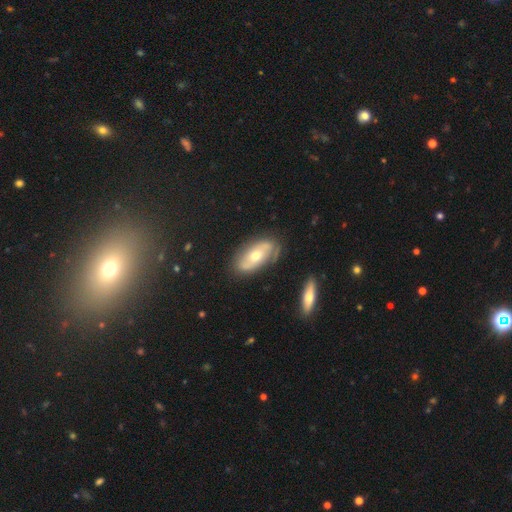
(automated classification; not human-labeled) Smooth or featured: featured or disk — 61% (smooth — 33%)
Edge-on disk: no — 88% (yes — 12%)
Bar: no — 66% (weak — 24%)
Spiral arms: yes — 70% (no — 30%)
Bulge size: moderate — 64% (small — 29%)
Merging: none — 71% (minor disturbance — 19%)